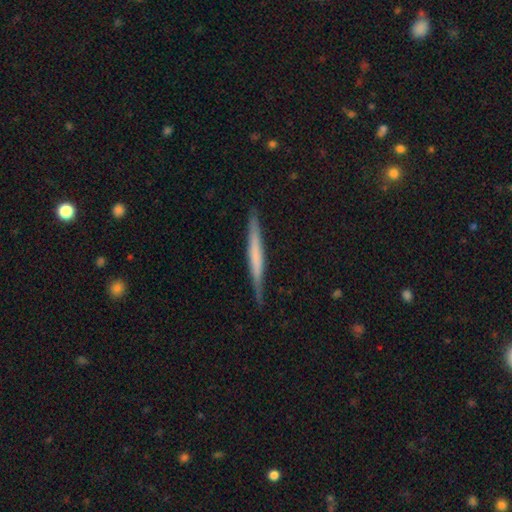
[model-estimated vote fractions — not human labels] A featured or disk galaxy (50%) viewed edge-on (97%).

Vote fractions:
- Smooth or featured? featured or disk: 50% / smooth: 44% / star or artifact: 6%
- Edge-on disk? yes: 97% / no: 3%
- Merging? none: 87% / minor disturbance: 10% / major disturbance: 2% / merger: 1%